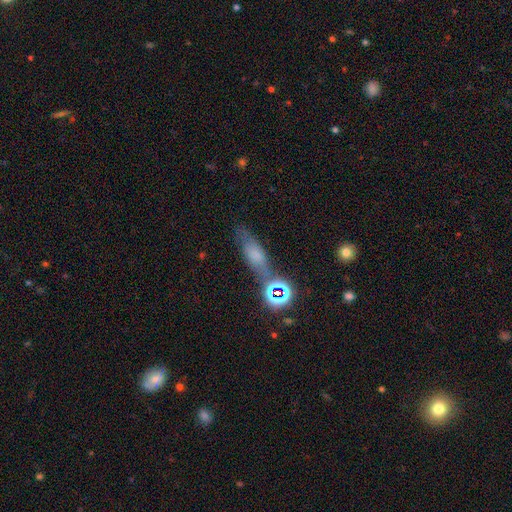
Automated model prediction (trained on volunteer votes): This is possibly a smooth galaxy (51%). How rounded: possibly cigar-shaped (46%). Merging: likely none (62%).